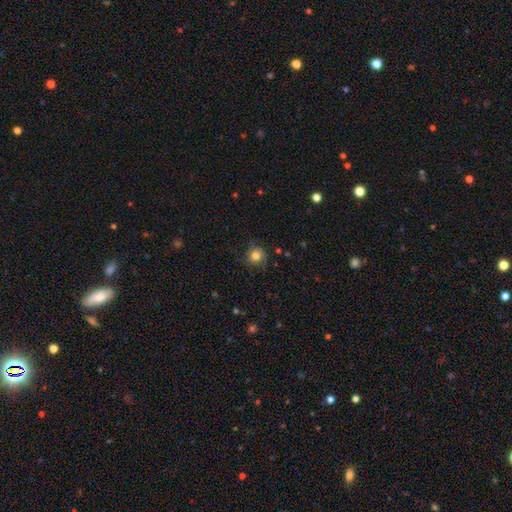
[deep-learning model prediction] Smooth or featured?
  - smooth: 74% *
  - featured or disk: 15%
  - star or artifact: 11%
How rounded?
  - round: 87% *
  - in between: 12%
  - cigar-shaped: 1%
Merging?
  - none: 74% *
  - minor disturbance: 18%
  - major disturbance: 7%
  - merger: 1%